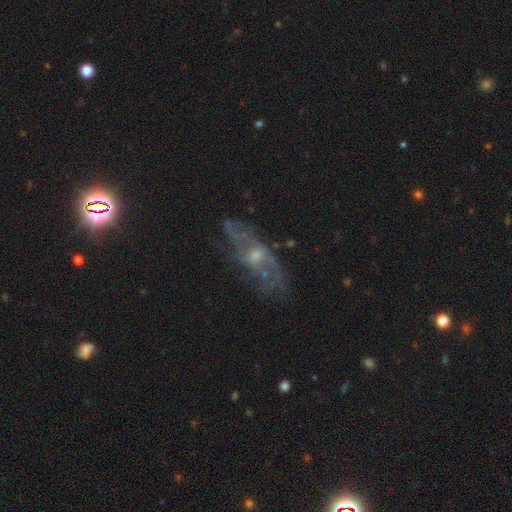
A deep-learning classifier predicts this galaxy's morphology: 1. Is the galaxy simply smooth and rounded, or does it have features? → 75% featured or disk, 16% smooth, 9% star or artifact.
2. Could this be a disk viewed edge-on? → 86% no, 14% yes.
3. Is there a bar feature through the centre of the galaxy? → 61% no, 33% weak, 6% strong.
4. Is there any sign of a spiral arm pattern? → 74% yes, 26% no.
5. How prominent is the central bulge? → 46% moderate, 45% small, 5% none, 3% large, 1% dominant.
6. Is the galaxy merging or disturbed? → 61% none, 20% minor disturbance, 16% major disturbance, 3% merger.